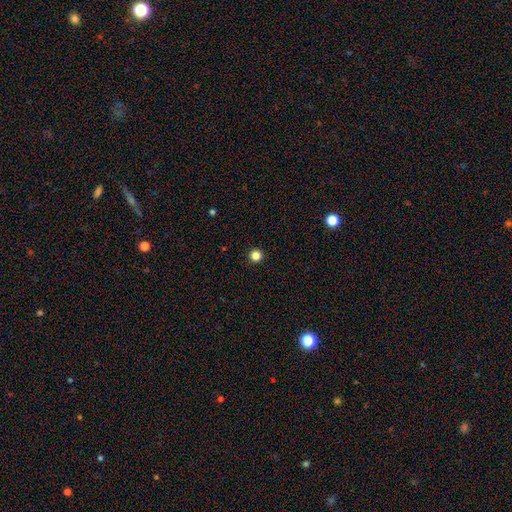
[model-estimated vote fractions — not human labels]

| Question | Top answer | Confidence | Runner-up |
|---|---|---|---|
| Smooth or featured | smooth | 84% | star or artifact (13%) |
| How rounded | round | 96% | in between (3%) |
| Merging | none | 94% | minor disturbance (4%) |